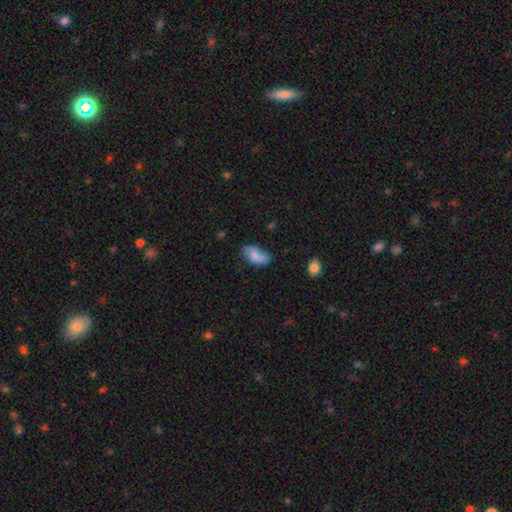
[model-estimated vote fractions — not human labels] This is likely a smooth galaxy (70%). How rounded: clearly in between (92%). Merging: possibly none (53%).